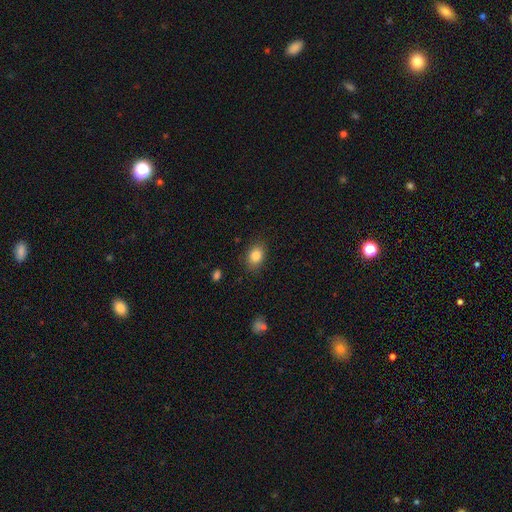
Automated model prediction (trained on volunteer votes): A smooth galaxy with no disk features (84%) that is in between round and cigar-shaped (62%).

Vote fractions:
- Smooth or featured? smooth: 84% / star or artifact: 9% / featured or disk: 6%
- How rounded? in between: 62% / round: 37% / cigar-shaped: 1%
- Merging? none: 83% / minor disturbance: 12% / major disturbance: 3% / merger: 1%